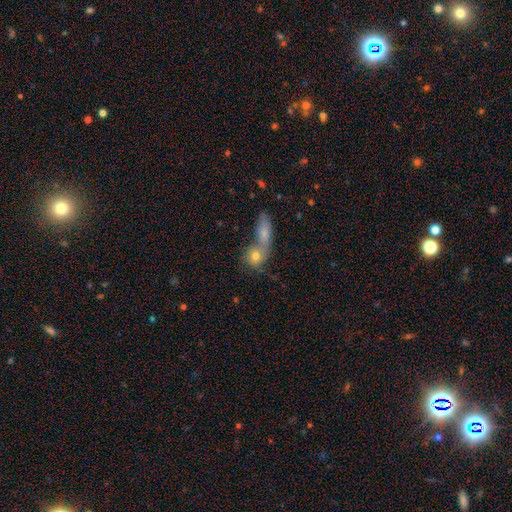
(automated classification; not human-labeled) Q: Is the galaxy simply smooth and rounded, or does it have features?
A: smooth — 59%.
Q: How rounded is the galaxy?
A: round — 50%.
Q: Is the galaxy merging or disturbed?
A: merger — 60%.